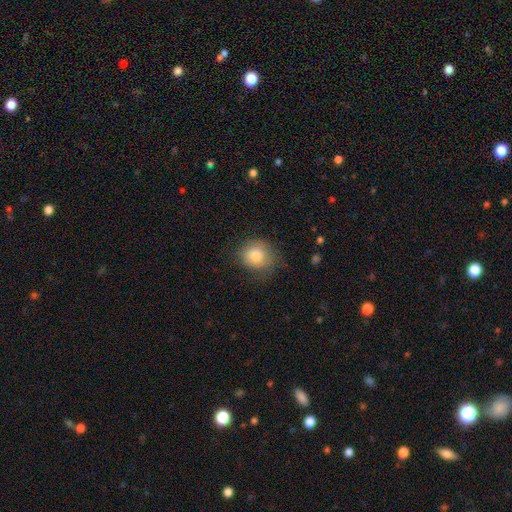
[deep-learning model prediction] This appears to be a smooth galaxy with no disk features (81%) that is round (78%). Merging: none (67%).